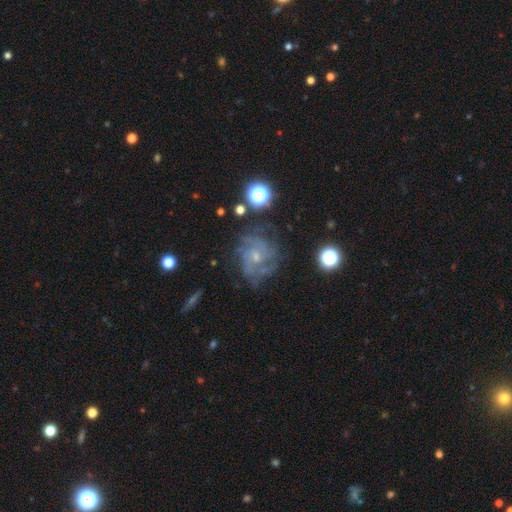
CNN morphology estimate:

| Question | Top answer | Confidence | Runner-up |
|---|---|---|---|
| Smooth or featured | featured or disk | 71% | smooth (15%) |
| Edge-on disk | no | 97% | yes (3%) |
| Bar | no | 75% | weak (22%) |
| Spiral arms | yes | 89% | no (11%) |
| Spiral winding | tight | 49% | medium (38%) |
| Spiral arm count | can't tell | 40% | 3 (19%) |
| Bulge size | small | 65% | moderate (27%) |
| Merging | none | 67% | minor disturbance (19%) |